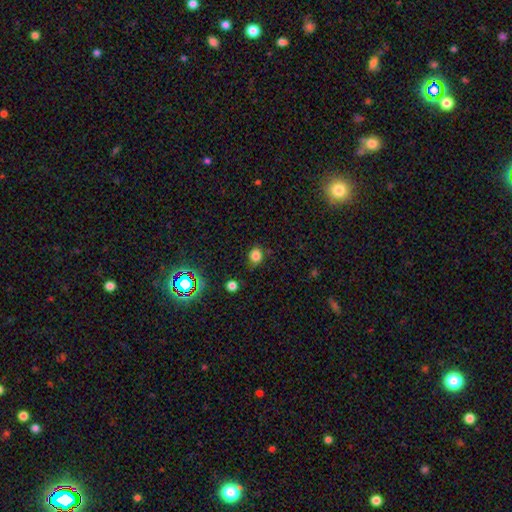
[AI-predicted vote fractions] Morphology: type=smooth (79%); roundness=round (59%); merging=none (80%).